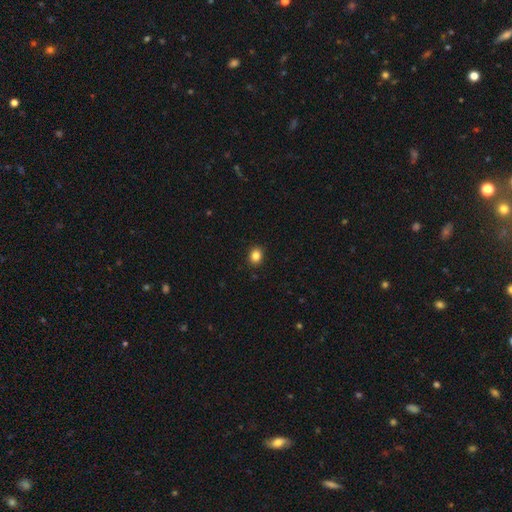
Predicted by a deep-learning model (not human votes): A smooth galaxy with no disk features (85%) that is round (60%). Merging: none (91%).